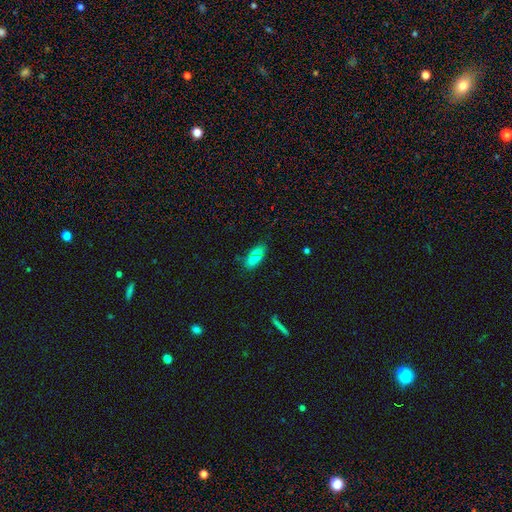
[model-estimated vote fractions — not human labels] Morphology: type=smooth (72%); roundness=in between (72%); merging=none (69%).